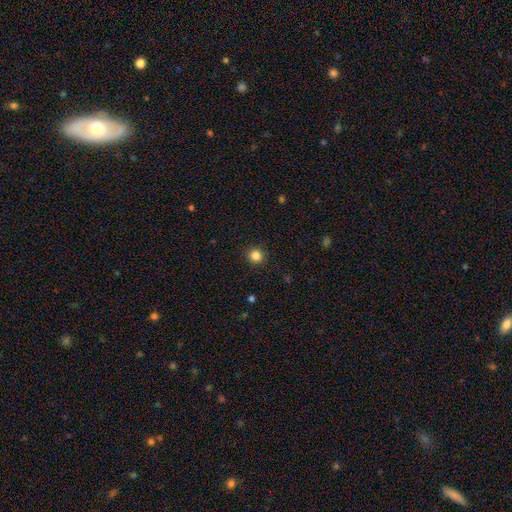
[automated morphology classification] Smooth or featured? smooth (84%)
How rounded? round (94%)
Merging? none (92%)